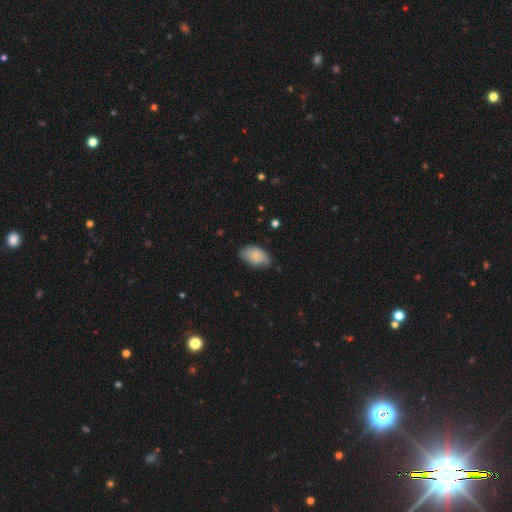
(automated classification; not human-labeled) Morphology: type=smooth (81%); roundness=in between (91%); merging=none (58%).